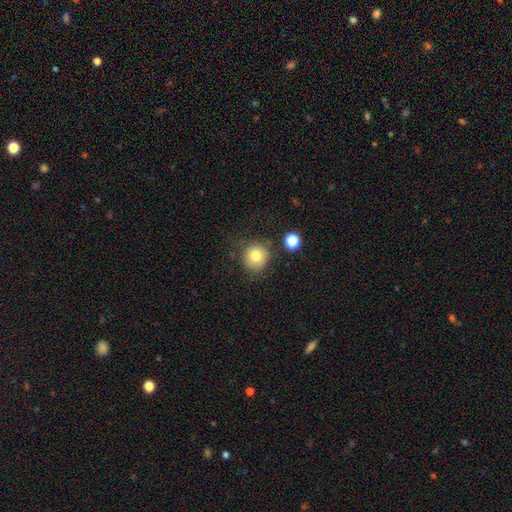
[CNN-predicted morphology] smooth 80%, star or artifact 11%, featured or disk 9%. Down the decision tree: how rounded — round (90%); merging — none (74%).